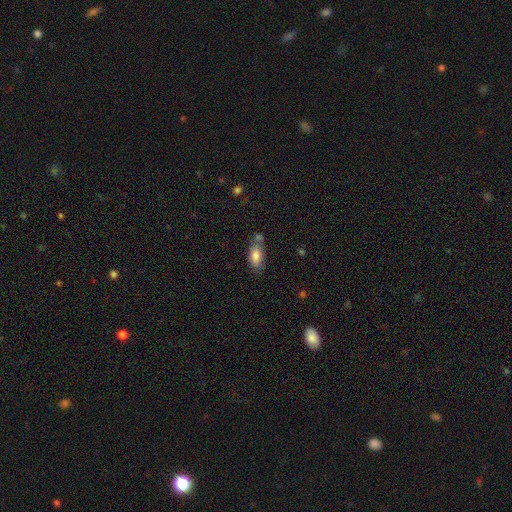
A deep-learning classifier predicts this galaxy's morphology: smooth_or_featured: smooth (p=0.82) [alt: featured or disk p=0.10]
how_rounded: in between (p=0.88) [alt: cigar-shaped p=0.08]
merging: none (p=0.56) [alt: merger p=0.20]